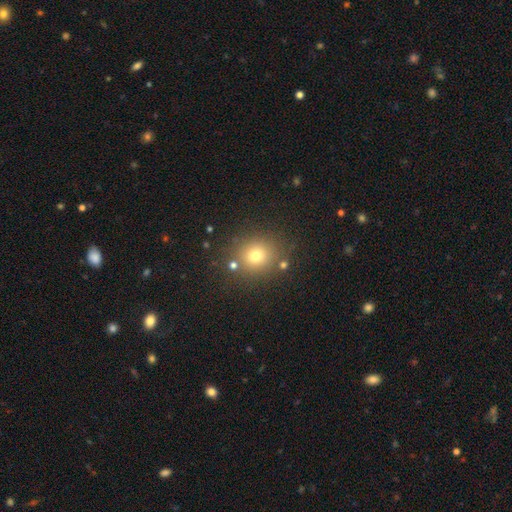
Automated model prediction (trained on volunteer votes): Morphology: type=smooth (72%); roundness=round (83%); merging=none (81%).